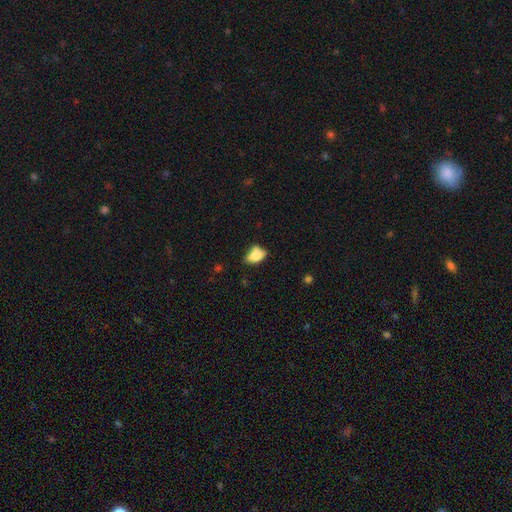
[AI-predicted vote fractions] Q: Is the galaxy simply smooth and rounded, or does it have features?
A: smooth — 76%.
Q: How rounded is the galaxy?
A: in between — 85%.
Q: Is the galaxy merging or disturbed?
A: none — 50%.